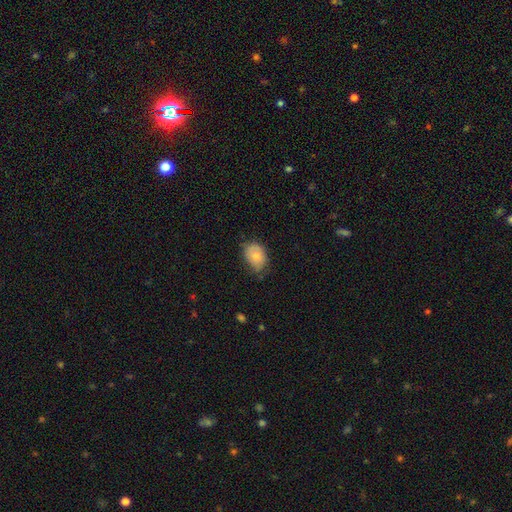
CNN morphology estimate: A smooth galaxy with no disk features (78%) that is in between round and cigar-shaped (72%).

Vote fractions:
- Smooth or featured? smooth: 78% / featured or disk: 15% / star or artifact: 7%
- How rounded? in between: 72% / round: 27% / cigar-shaped: 1%
- Merging? none: 53% / minor disturbance: 37% / major disturbance: 8% / merger: 2%